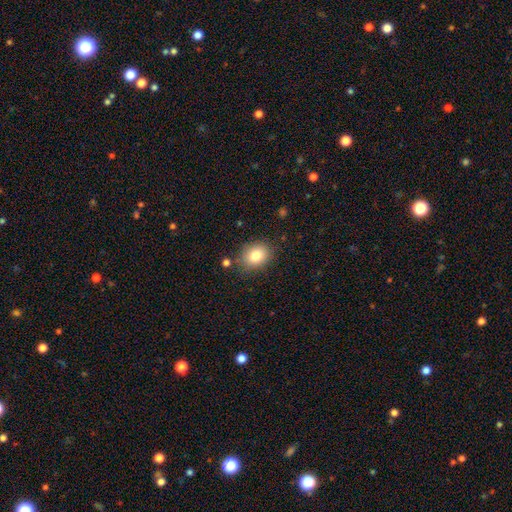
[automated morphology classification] Smooth or featured?
  - smooth: 81% *
  - star or artifact: 10%
  - featured or disk: 9%
How rounded?
  - round: 50% *
  - in between: 49%
  - cigar-shaped: 1%
Merging?
  - none: 82% *
  - minor disturbance: 12%
  - major disturbance: 3%
  - merger: 3%